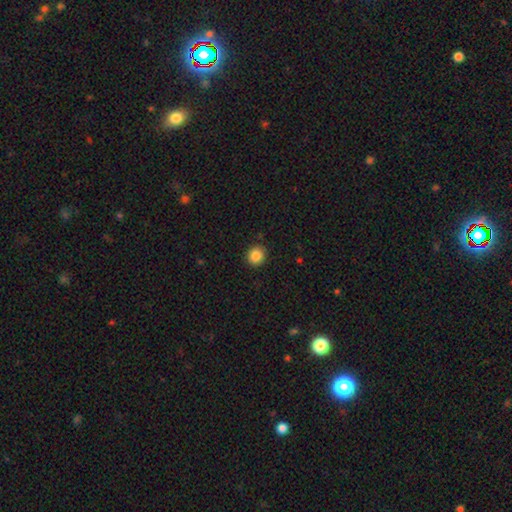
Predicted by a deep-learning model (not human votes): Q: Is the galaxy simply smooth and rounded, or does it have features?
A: smooth — 85%.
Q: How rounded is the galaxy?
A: round — 87%.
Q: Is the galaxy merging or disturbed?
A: none — 91%.